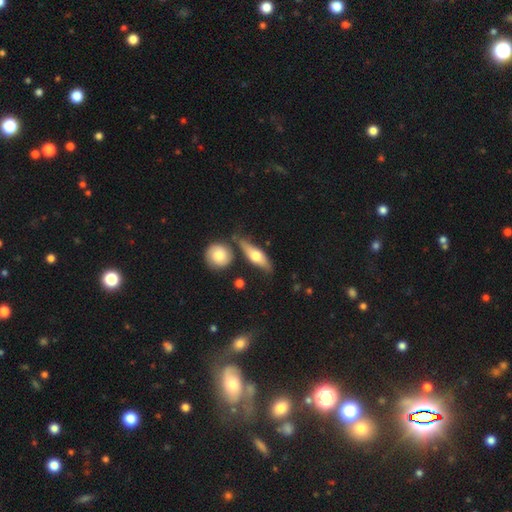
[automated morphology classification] Smooth or featured? Predicted: featured or disk (p=0.49). Merging? Predicted: none (p=0.67).